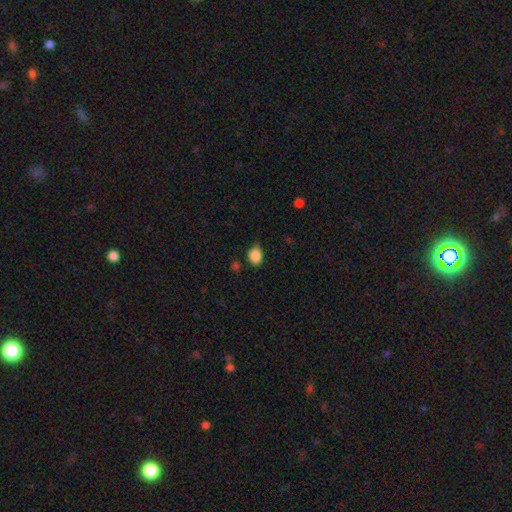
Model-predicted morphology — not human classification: Overall: smooth (87%). How rounded: round (50%; in between 49%). Merging: none (64%; minor disturbance 28%).